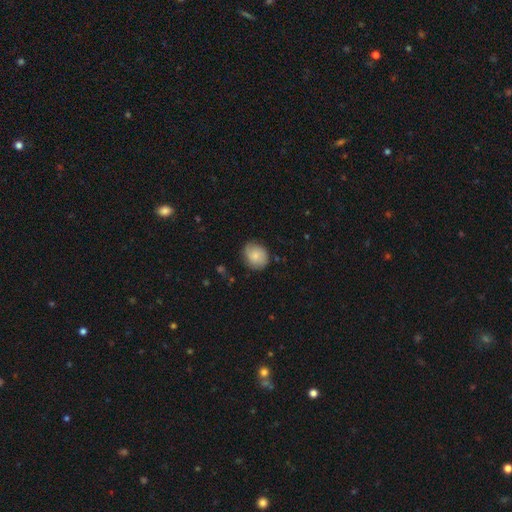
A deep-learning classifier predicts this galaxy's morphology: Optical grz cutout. It shows a smooth galaxy with no disk features (72%) that is round (63%). Merging: none (74%).